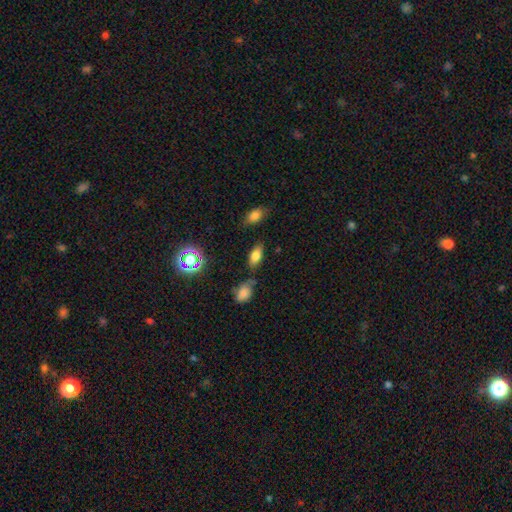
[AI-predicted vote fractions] Smooth or featured: smooth — 73% (featured or disk — 14%)
How rounded: in between — 85% (cigar-shaped — 10%)
Merging: none — 73% (minor disturbance — 16%)